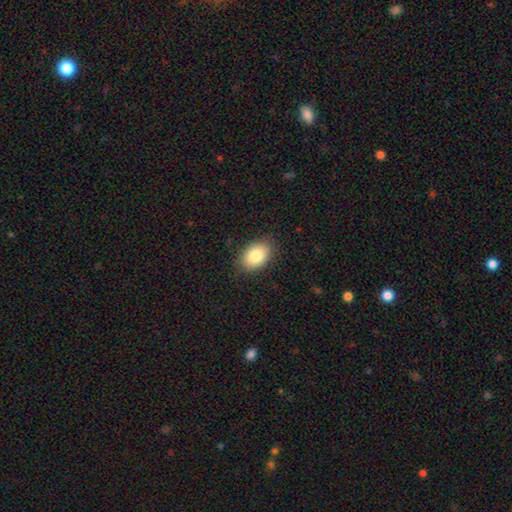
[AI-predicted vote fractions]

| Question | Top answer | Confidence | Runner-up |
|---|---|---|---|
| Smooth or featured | smooth | 84% | featured or disk (8%) |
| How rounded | in between | 87% | round (12%) |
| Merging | none | 86% | minor disturbance (10%) |